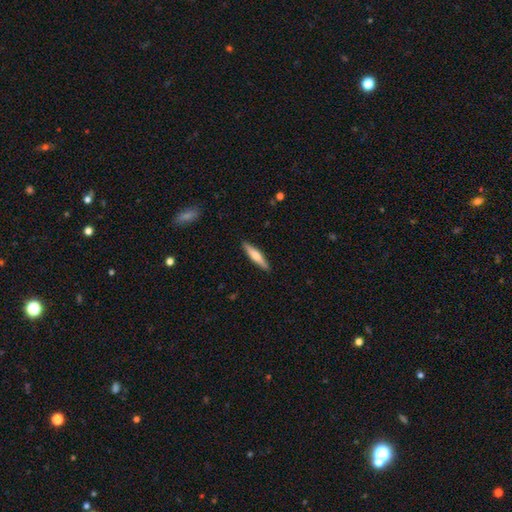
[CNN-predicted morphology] This is possibly a smooth galaxy (56%). How rounded: clearly cigar-shaped (86%). Merging: clearly none (91%).